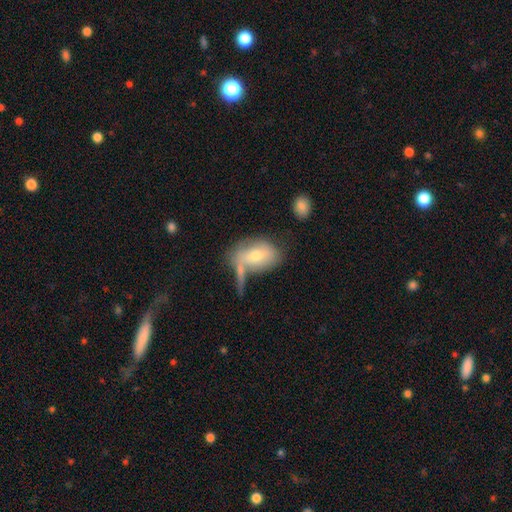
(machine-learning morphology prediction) type=smooth (59%); roundness=in between (83%); merging=none (34%).